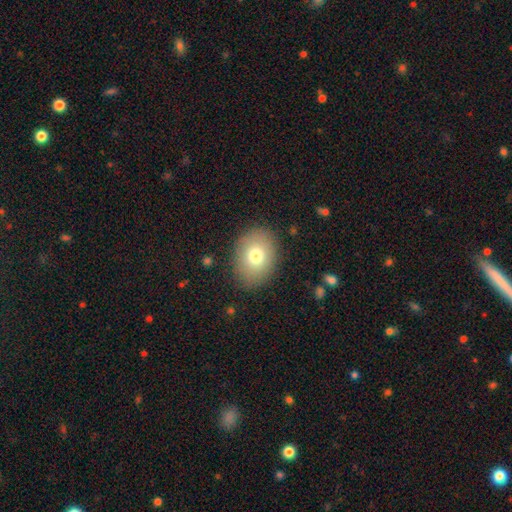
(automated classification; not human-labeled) smooth 75%, featured or disk 15%, star or artifact 10%. Down the decision tree: how rounded — in between (66%); merging — none (85%).